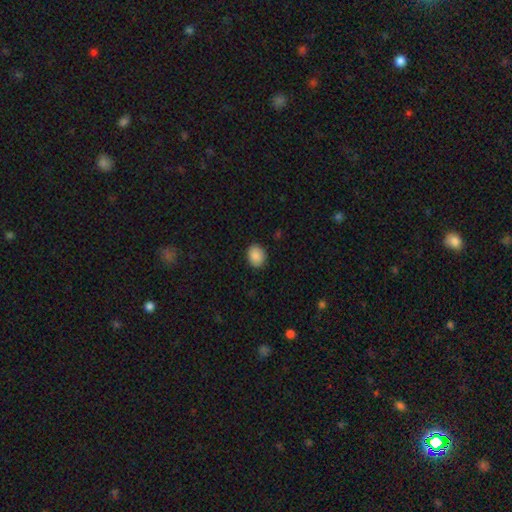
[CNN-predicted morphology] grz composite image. It shows a smooth galaxy with no disk features (89%) that is in between round and cigar-shaped (53%). Merging: none (88%).